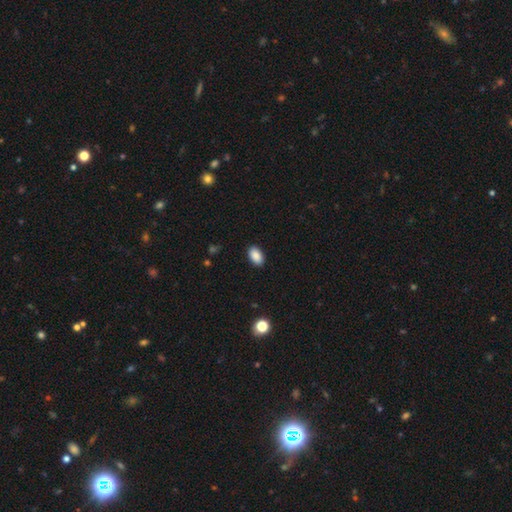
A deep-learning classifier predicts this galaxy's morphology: Smooth or featured?
  - smooth: 89% *
  - star or artifact: 8%
  - featured or disk: 3%
How rounded?
  - in between: 92% *
  - round: 6%
  - cigar-shaped: 2%
Merging?
  - none: 89% *
  - minor disturbance: 8%
  - major disturbance: 2%
  - merger: 1%